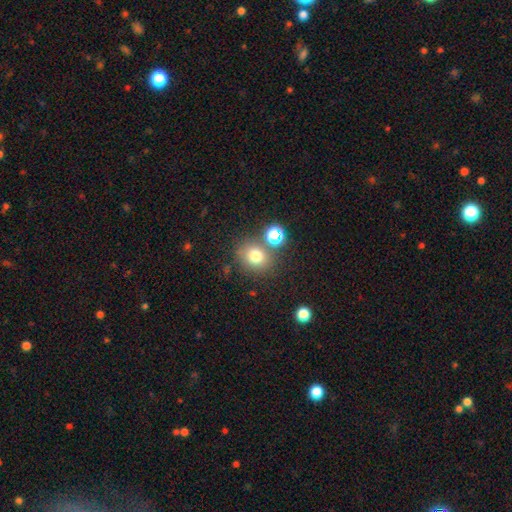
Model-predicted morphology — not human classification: This is likely a smooth galaxy (74%). How rounded: likely round (76%). Merging: likely none (71%).